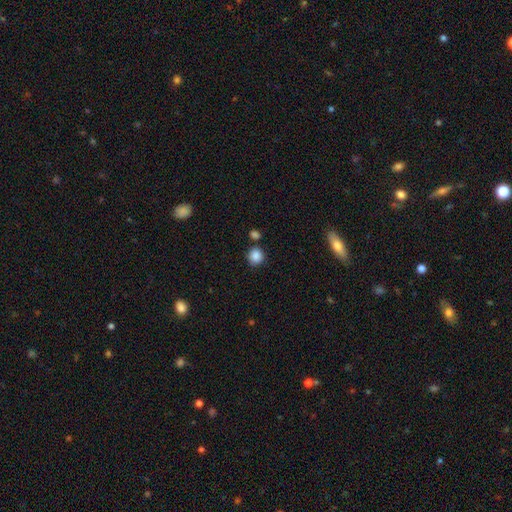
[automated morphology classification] smooth_or_featured: smooth (p=0.87) [alt: star or artifact p=0.09]
how_rounded: round (p=0.89) [alt: in between p=0.10]
merging: none (p=0.79) [alt: minor disturbance p=0.10]